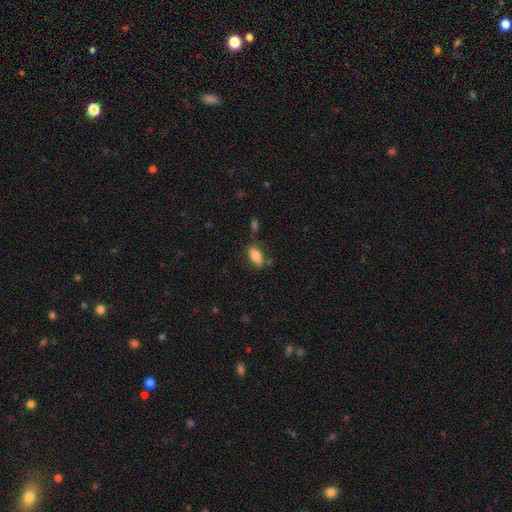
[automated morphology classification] Smooth or featured: smooth — 84% (featured or disk — 8%)
How rounded: in between — 91% (cigar-shaped — 6%)
Merging: none — 71% (minor disturbance — 17%)